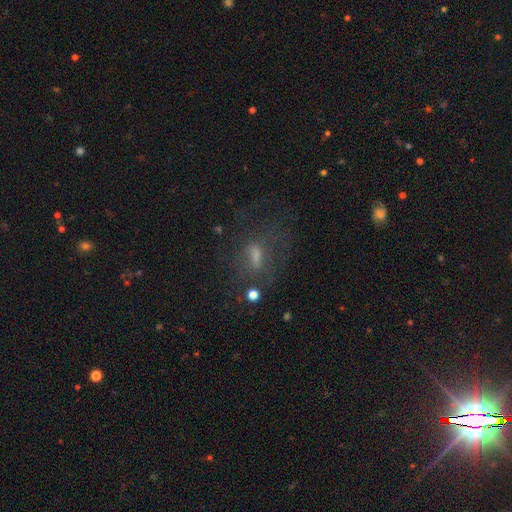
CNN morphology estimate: Smooth or featured? featured or disk (40%)
Merging? none (52%)